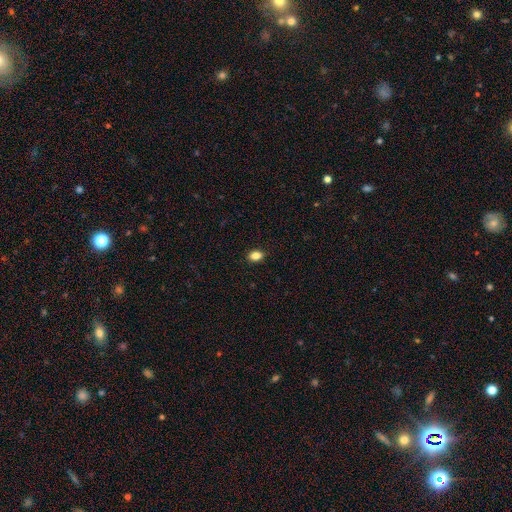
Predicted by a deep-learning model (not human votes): This is clearly a smooth galaxy (85%). How rounded: likely in between (77%). Merging: clearly none (89%).